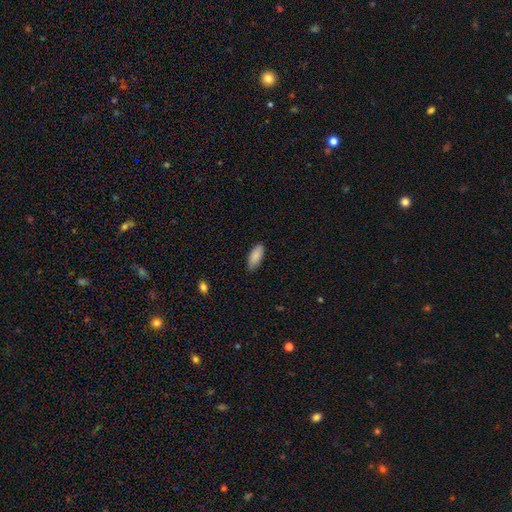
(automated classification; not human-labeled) smooth_or_featured: smooth (p=0.88) [alt: featured or disk p=0.06]
how_rounded: in between (p=0.85) [alt: cigar-shaped p=0.13]
merging: none (p=0.85) [alt: minor disturbance p=0.12]